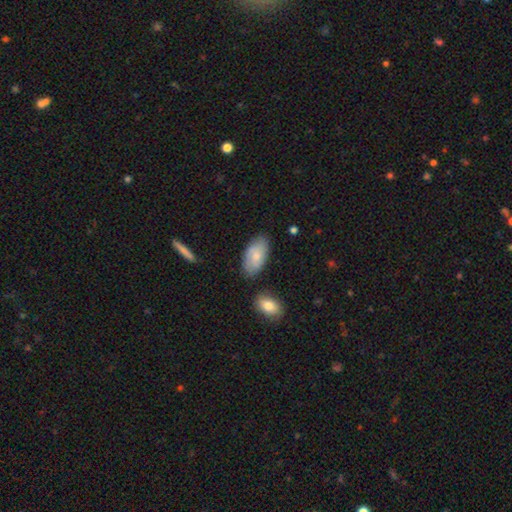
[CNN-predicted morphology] Smooth or featured?
  - smooth: 71% *
  - featured or disk: 23%
  - star or artifact: 6%
How rounded?
  - in between: 94% *
  - round: 3%
  - cigar-shaped: 3%
Merging?
  - none: 75% *
  - minor disturbance: 18%
  - merger: 4%
  - major disturbance: 3%